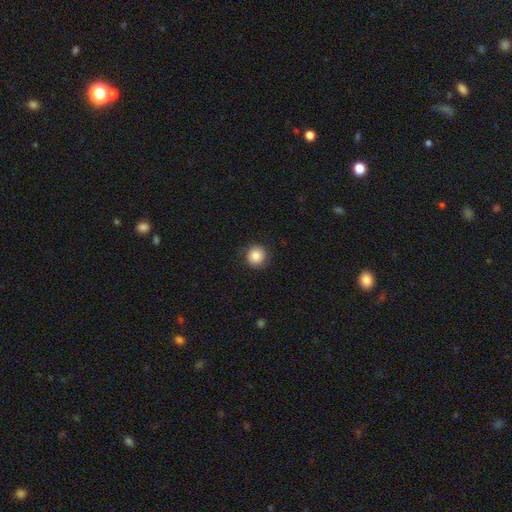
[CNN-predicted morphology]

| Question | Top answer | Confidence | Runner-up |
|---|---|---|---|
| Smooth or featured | smooth | 85% | star or artifact (9%) |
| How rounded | round | 94% | in between (5%) |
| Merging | none | 88% | minor disturbance (9%) |